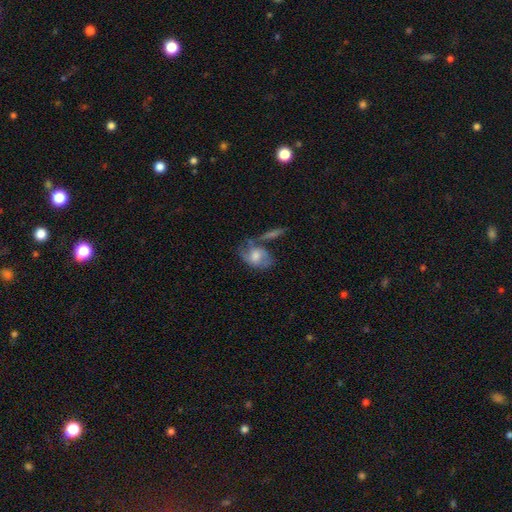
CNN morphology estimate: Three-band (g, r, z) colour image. It shows a smooth galaxy with no disk features (48%). Merging: none (38%).